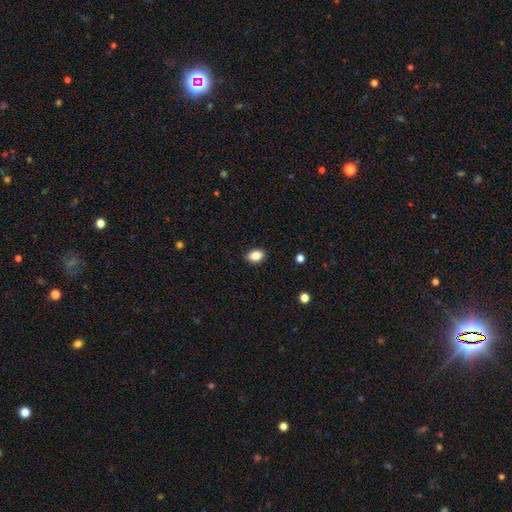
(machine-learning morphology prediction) Q: Smooth or featured?
A: smooth (85%); runner-up: star or artifact (9%)
Q: How rounded?
A: in between (83%); runner-up: round (16%)
Q: Merging?
A: none (87%); runner-up: minor disturbance (10%)